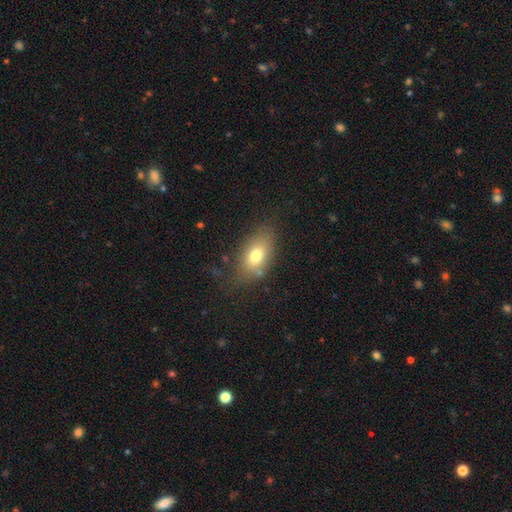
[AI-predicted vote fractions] Overall: smooth (72%). How rounded: in between (84%). Merging: none (70%).